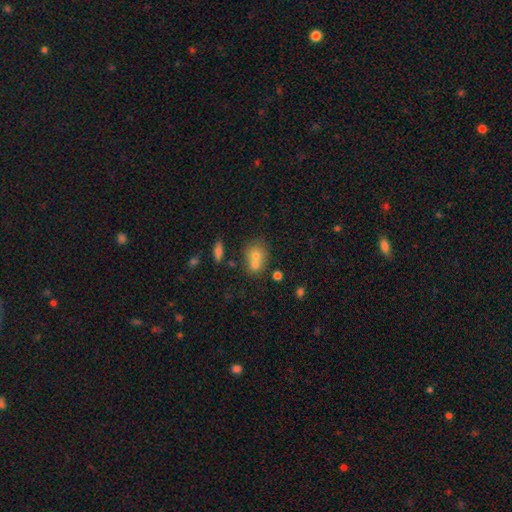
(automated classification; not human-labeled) This is likely a smooth galaxy (66%). How rounded: likely round (62%). Merging: possibly merger (52%).